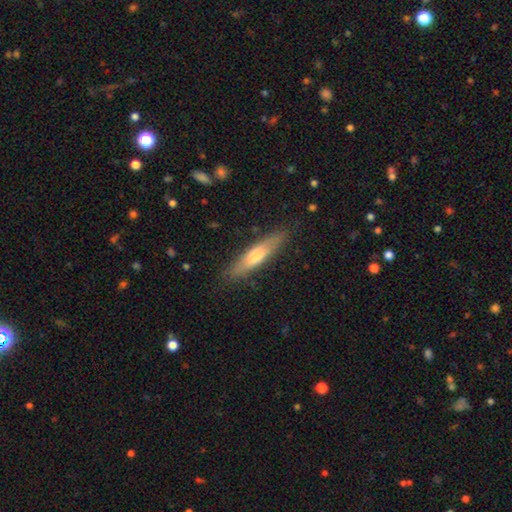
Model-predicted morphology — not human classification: A smooth galaxy with no disk features (55%) that is cigar-shaped (81%).

Vote fractions:
- Smooth or featured? smooth: 55% / featured or disk: 39% / star or artifact: 6%
- How rounded? cigar-shaped: 81% / in between: 17% / round: 2%
- Merging? none: 85% / minor disturbance: 12% / major disturbance: 2% / merger: 1%